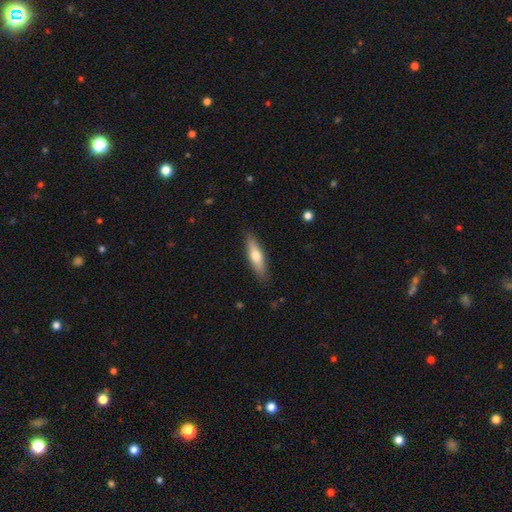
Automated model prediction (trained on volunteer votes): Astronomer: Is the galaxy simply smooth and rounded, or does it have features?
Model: smooth — 62%.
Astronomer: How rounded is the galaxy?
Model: cigar-shaped — 66%.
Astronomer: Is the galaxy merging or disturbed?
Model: none — 88%.